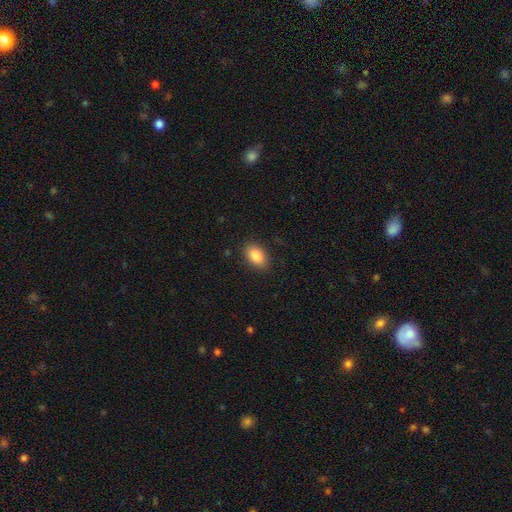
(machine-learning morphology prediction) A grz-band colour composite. It shows a smooth galaxy with no disk features (88%) that is in between round and cigar-shaped (89%). Merging: none (87%).